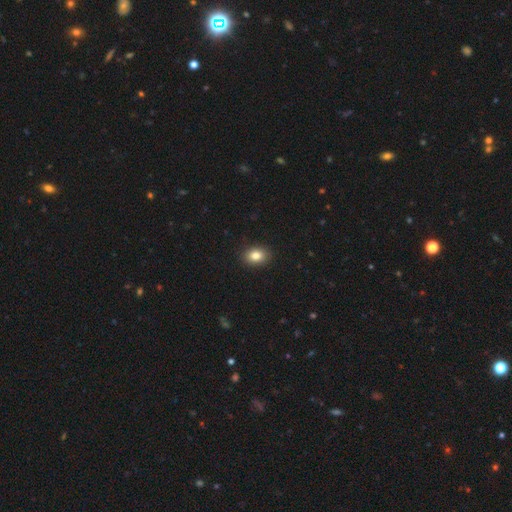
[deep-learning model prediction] Smooth or featured?
  - smooth: 83% *
  - star or artifact: 10%
  - featured or disk: 7%
How rounded?
  - in between: 69% *
  - round: 30%
  - cigar-shaped: 1%
Merging?
  - none: 90% *
  - minor disturbance: 7%
  - major disturbance: 2%
  - merger: 1%